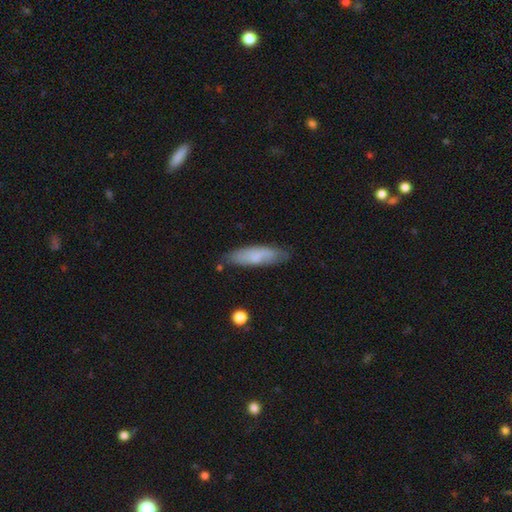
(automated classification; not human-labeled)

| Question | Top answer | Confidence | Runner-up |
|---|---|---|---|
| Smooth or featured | smooth | 69% | featured or disk (25%) |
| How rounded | cigar-shaped | 60% | in between (38%) |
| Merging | none | 76% | minor disturbance (18%) |